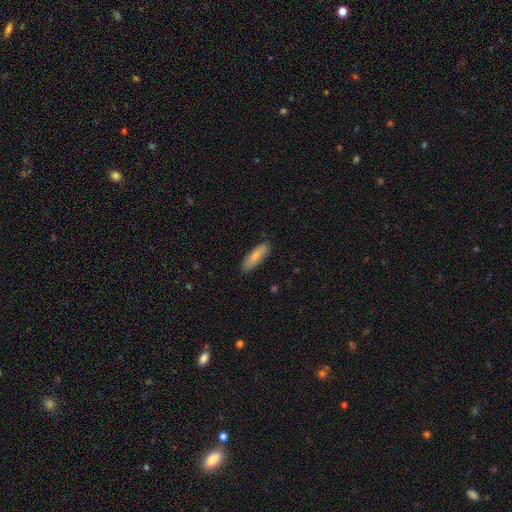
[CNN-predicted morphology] This is likely a smooth galaxy (80%). How rounded: possibly in between (50%). Merging: clearly none (86%).